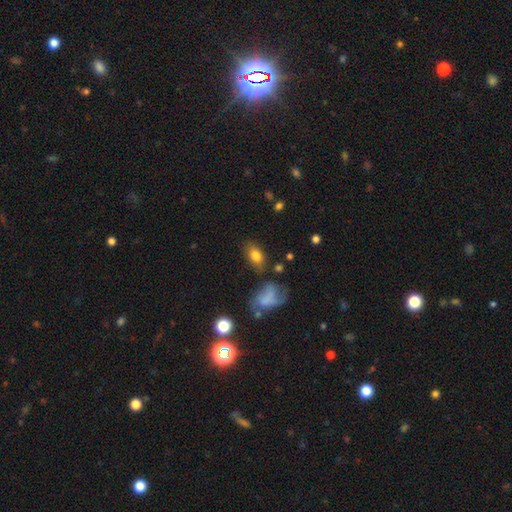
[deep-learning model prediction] A smooth galaxy with no disk features (79%) that is in between round and cigar-shaped (87%).

Vote fractions:
- Smooth or featured? smooth: 79% / featured or disk: 12% / star or artifact: 9%
- How rounded? in between: 87% / round: 11% / cigar-shaped: 3%
- Merging? none: 73% / minor disturbance: 16% / merger: 6% / major disturbance: 6%